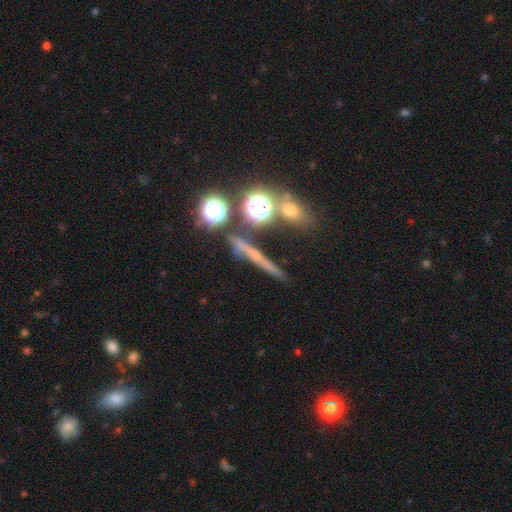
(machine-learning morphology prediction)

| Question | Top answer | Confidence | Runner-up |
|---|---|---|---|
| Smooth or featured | smooth | 37% | featured or disk (35%) |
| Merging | none | 78% | minor disturbance (11%) |